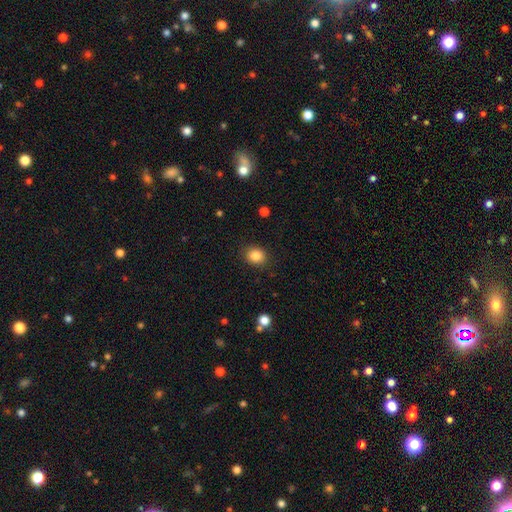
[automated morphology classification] type=smooth (85%); roundness=round (69%); merging=none (88%).